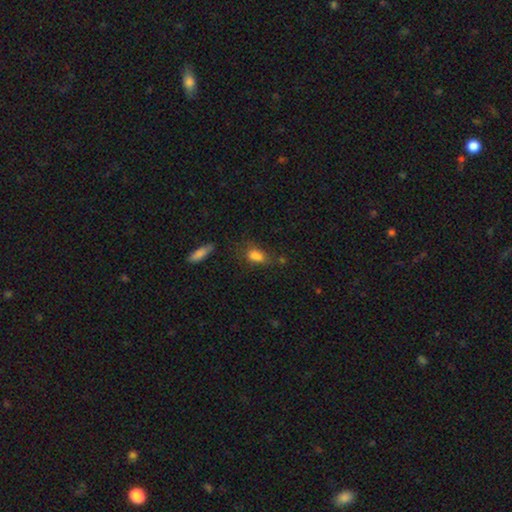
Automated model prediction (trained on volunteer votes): Overall: smooth (79%). How rounded: in between (78%). Merging: none (52%; minor disturbance 25%).